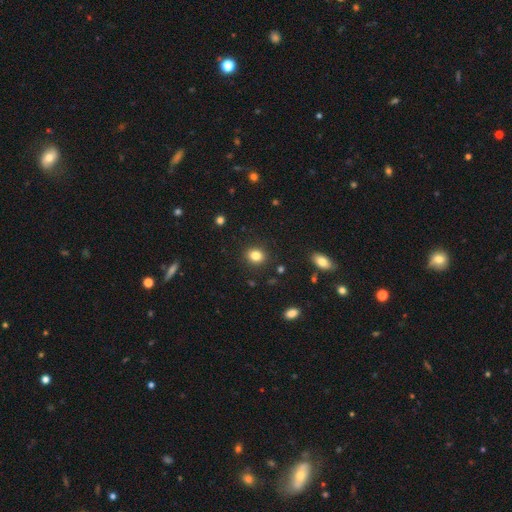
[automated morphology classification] smooth-or-featured: smooth: 84% | star or artifact: 11% | featured or disk: 6%
  how-rounded: round: 67% | in between: 32% | cigar-shaped: 1%
  merging: none: 90% | minor disturbance: 7% | major disturbance: 2% | merger: 1%